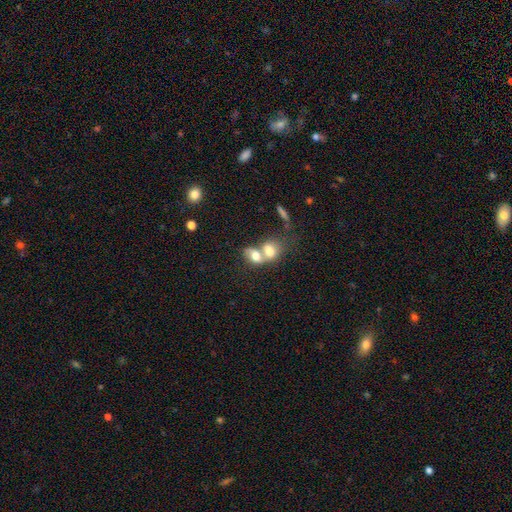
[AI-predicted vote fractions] Smooth or featured: smooth — 68% (featured or disk — 23%)
How rounded: in between — 65% (round — 33%)
Merging: merger — 78% (none — 12%)